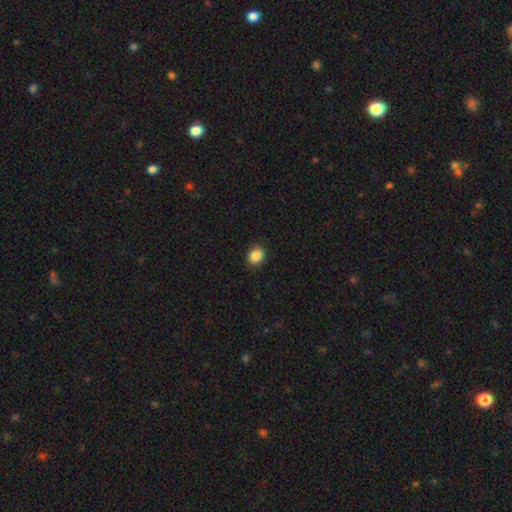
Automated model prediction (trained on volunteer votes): Q: Smooth or featured?
A: smooth (88%); runner-up: star or artifact (9%)
Q: How rounded?
A: round (64%); runner-up: in between (35%)
Q: Merging?
A: none (91%); runner-up: minor disturbance (6%)